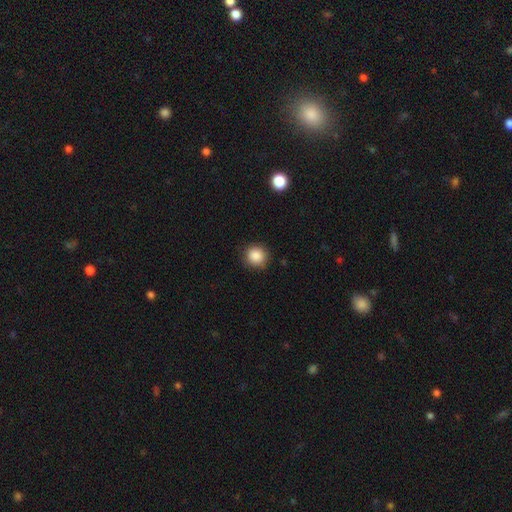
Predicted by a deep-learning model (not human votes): Morphology: type=smooth (87%); roundness=round (90%); merging=none (87%).